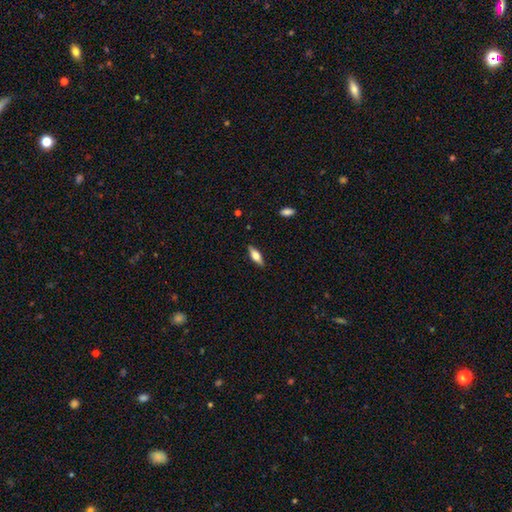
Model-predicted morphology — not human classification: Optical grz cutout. It shows a smooth galaxy with no disk features (60%) that is in between round and cigar-shaped (61%). Merging: none (87%).